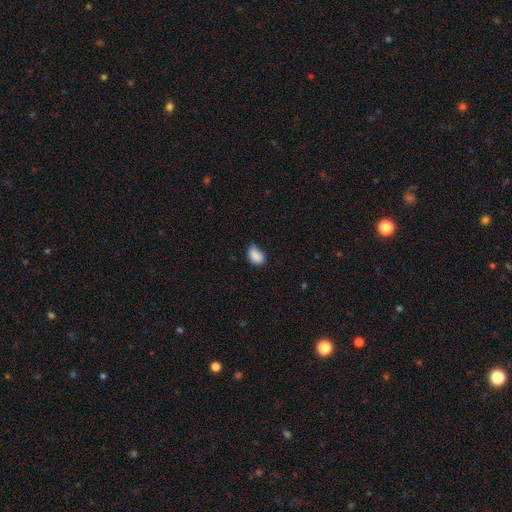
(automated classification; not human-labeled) Smooth or featured?
  - smooth: 87% *
  - star or artifact: 8%
  - featured or disk: 4%
How rounded?
  - in between: 84% *
  - round: 15%
  - cigar-shaped: 1%
Merging?
  - none: 56% *
  - minor disturbance: 34%
  - major disturbance: 7%
  - merger: 2%